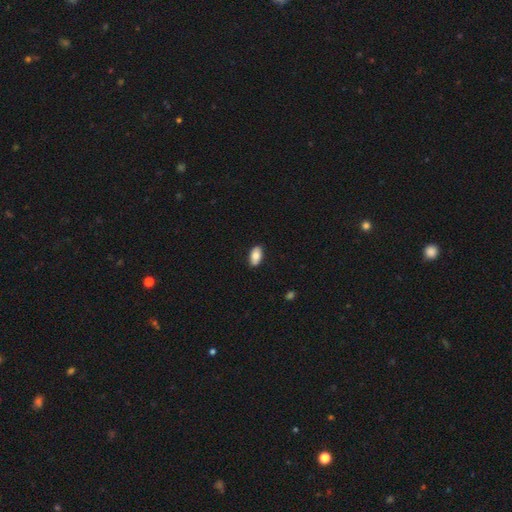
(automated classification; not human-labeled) smooth-or-featured: smooth: 78% | featured or disk: 15% | star or artifact: 7%
  how-rounded: in between: 93% | round: 4% | cigar-shaped: 3%
  merging: none: 88% | minor disturbance: 9% | major disturbance: 2% | merger: 1%